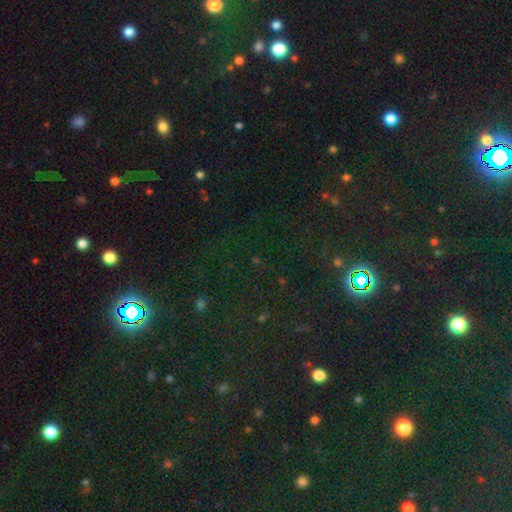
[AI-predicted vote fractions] Smooth or featured? star or artifact (73%)